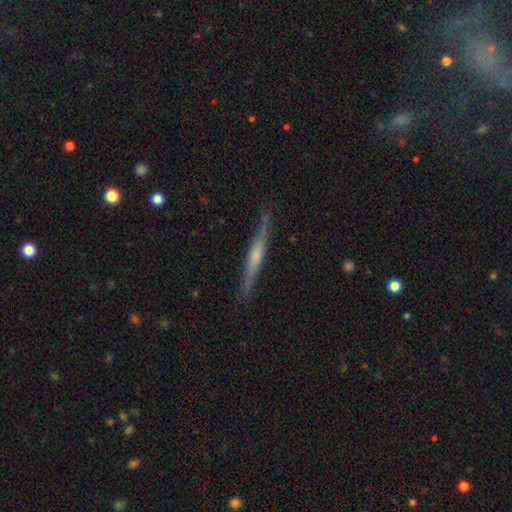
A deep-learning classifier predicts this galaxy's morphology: Q: Smooth or featured?
A: featured or disk (59%); runner-up: smooth (36%)
Q: Edge-on disk?
A: yes (96%); runner-up: no (4%)
Q: Edge-on bulge?
A: rounded (47%); runner-up: none (38%)
Q: Merging?
A: none (84%); runner-up: minor disturbance (12%)